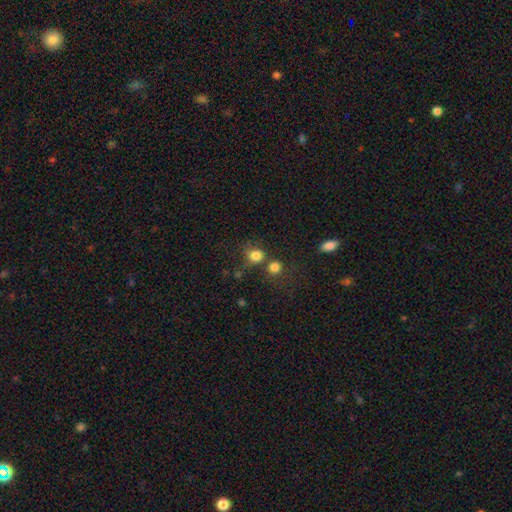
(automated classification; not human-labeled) A smooth galaxy with no disk features (80%) that is round (83%). Merging: none (56%).